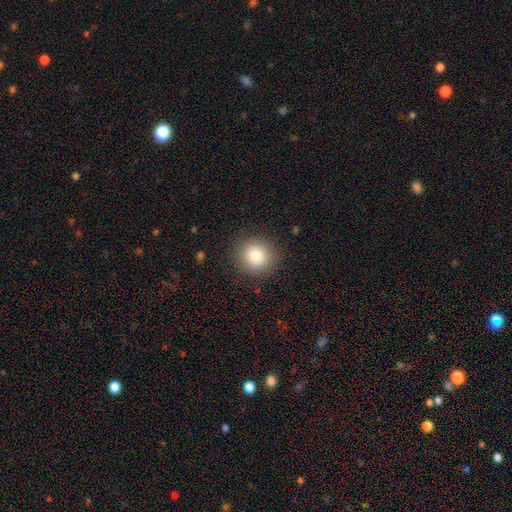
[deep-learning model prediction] Overall: smooth (84%). How rounded: round (89%). Merging: none (89%).